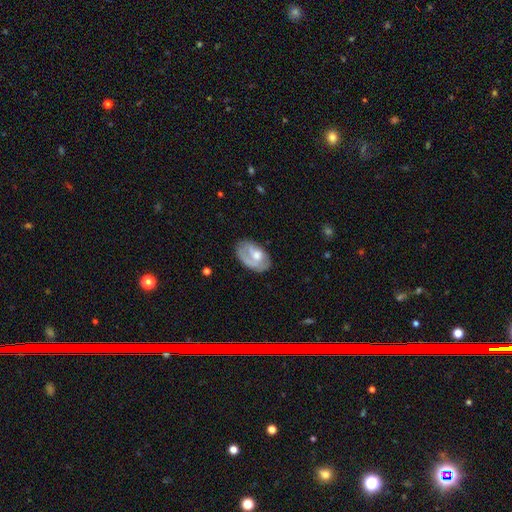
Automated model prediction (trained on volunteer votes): This appears to be a featured or disk galaxy (52%). Merging: none (48%).